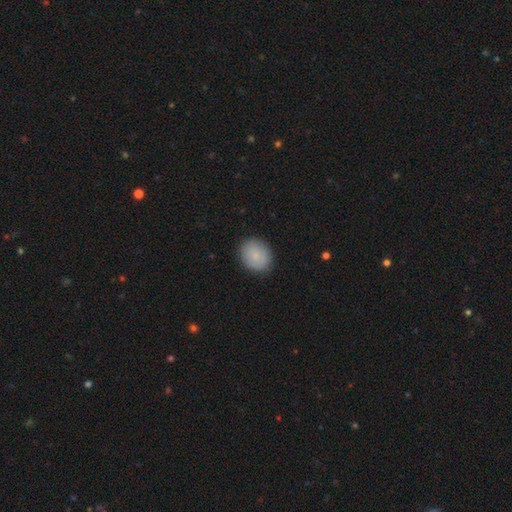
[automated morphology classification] Q: Smooth or featured?
A: smooth (81%); runner-up: featured or disk (12%)
Q: How rounded?
A: round (56%); runner-up: in between (43%)
Q: Merging?
A: none (87%); runner-up: minor disturbance (10%)